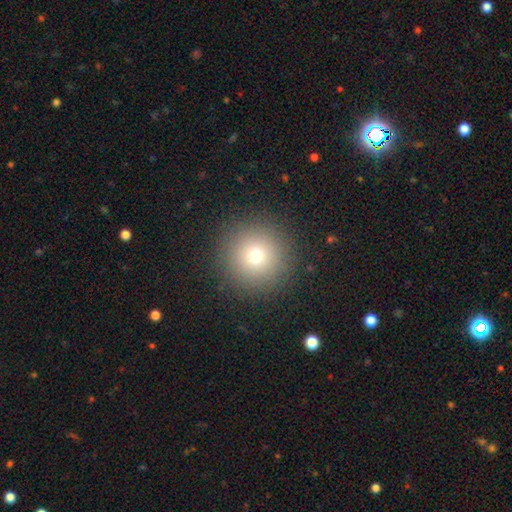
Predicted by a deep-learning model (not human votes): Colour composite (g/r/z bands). It shows a smooth galaxy with no disk features (72%) that is round (96%). Merging: none (91%).